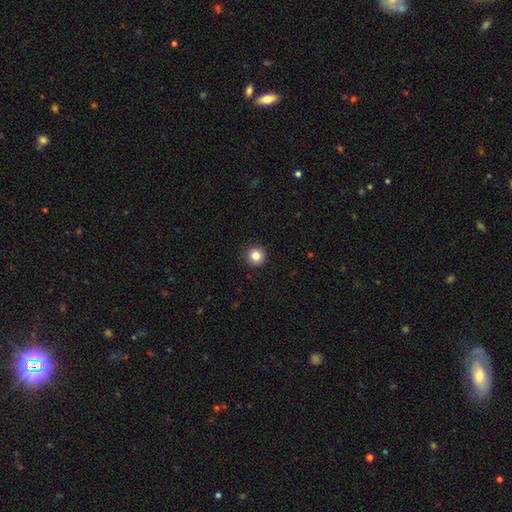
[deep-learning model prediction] Overall: smooth (83%). How rounded: round (96%). Merging: none (93%).